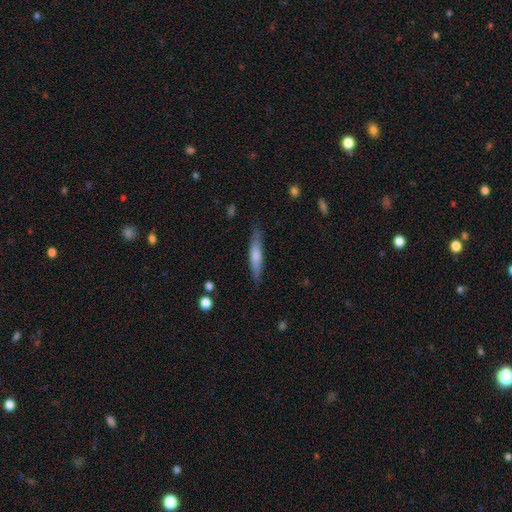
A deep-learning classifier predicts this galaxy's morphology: This is likely a smooth galaxy (64%). How rounded: clearly cigar-shaped (86%). Merging: clearly none (84%).